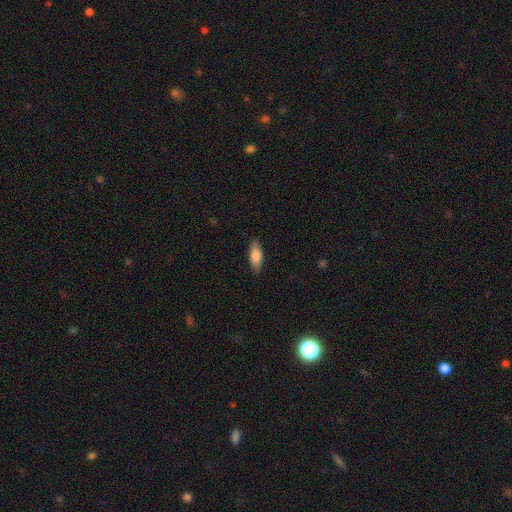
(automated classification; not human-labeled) Smooth or featured?
  - smooth: 79% *
  - featured or disk: 14%
  - star or artifact: 6%
How rounded?
  - in between: 70% *
  - cigar-shaped: 27%
  - round: 2%
Merging?
  - none: 86% *
  - minor disturbance: 11%
  - major disturbance: 2%
  - merger: 1%